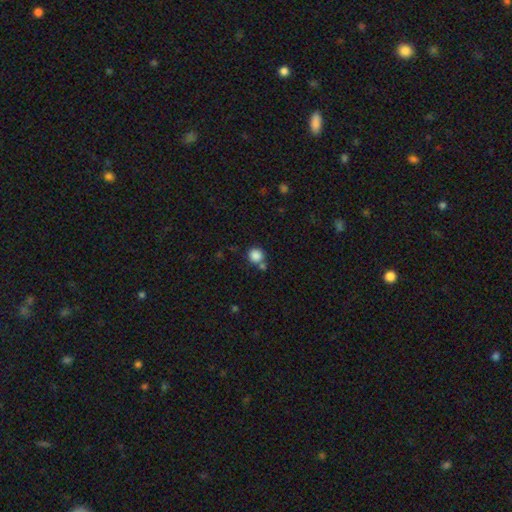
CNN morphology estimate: Q: Smooth or featured?
A: smooth (85%); runner-up: star or artifact (11%)
Q: How rounded?
A: round (90%); runner-up: in between (9%)
Q: Merging?
A: none (66%); runner-up: merger (20%)